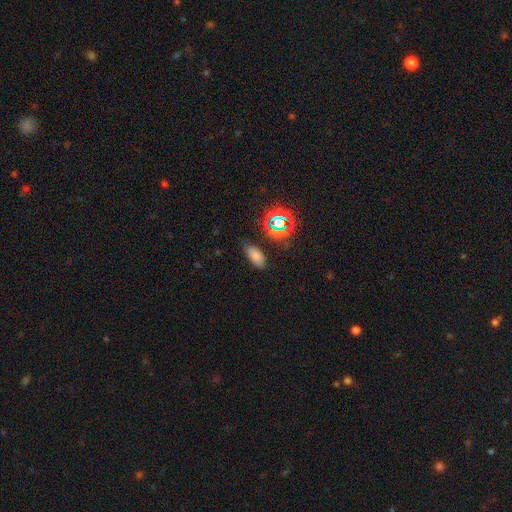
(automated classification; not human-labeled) The model was most divided on "smooth or featured": smooth: 67%, star or artifact: 22%, featured or disk: 11%. More confident: how rounded — in between (86%); merging — none (75%).